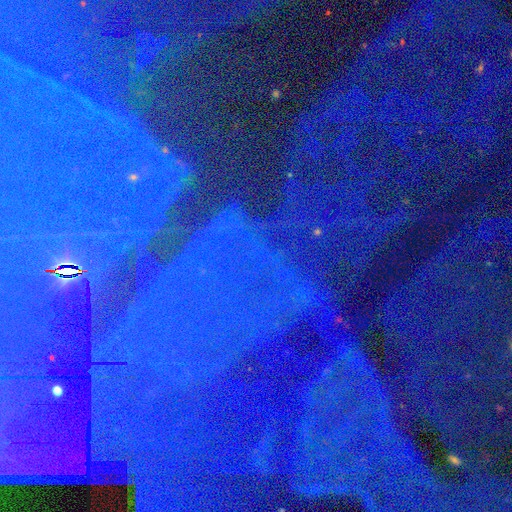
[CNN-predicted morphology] Q: Smooth or featured?
A: star or artifact (85%); runner-up: featured or disk (8%)